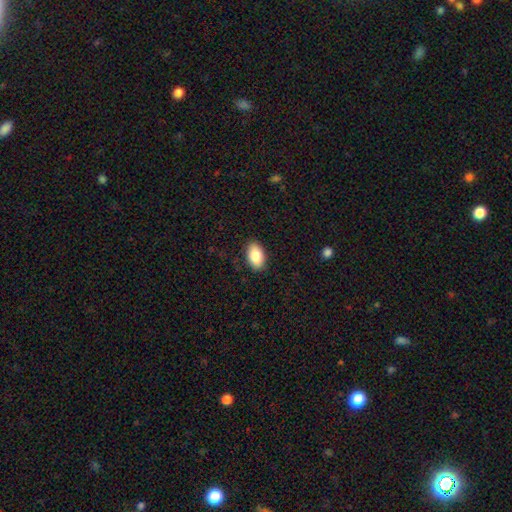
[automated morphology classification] smooth 87%, star or artifact 7%, featured or disk 7%. Down the decision tree: how rounded — in between (93%); merging — none (88%).